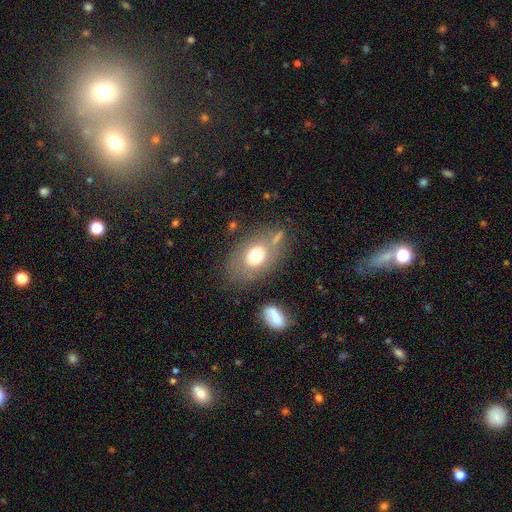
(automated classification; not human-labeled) Smooth or featured? smooth (68%)
How rounded? in between (74%)
Merging? none (60%)